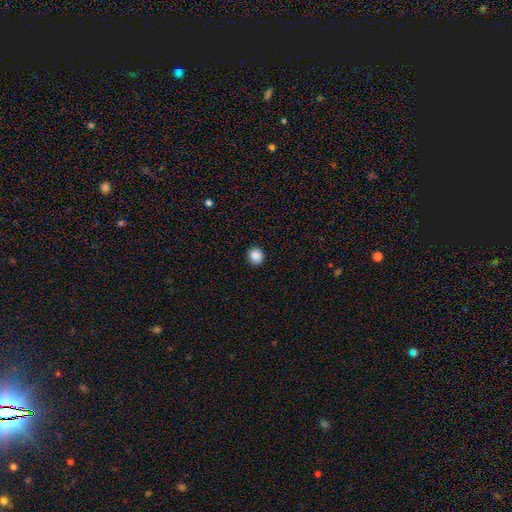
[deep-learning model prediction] Smooth or featured? smooth (88%)
How rounded? round (87%)
Merging? none (91%)